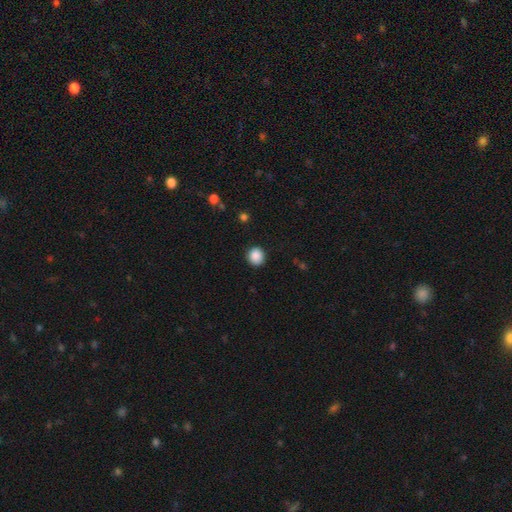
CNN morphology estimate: smooth_or_featured: smooth (p=0.88) [alt: star or artifact p=0.09]
how_rounded: round (p=0.87) [alt: in between p=0.12]
merging: none (p=0.90) [alt: minor disturbance p=0.07]